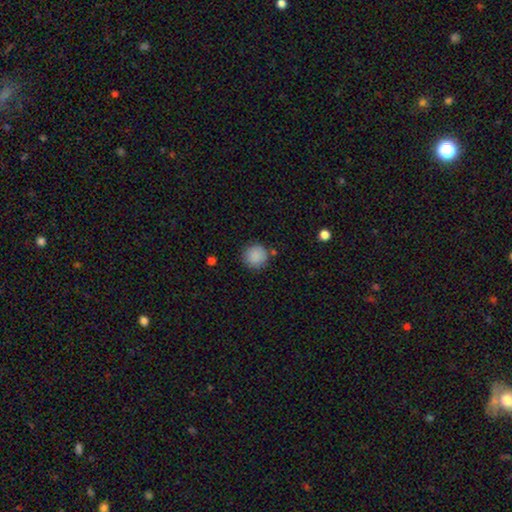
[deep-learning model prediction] A smooth galaxy with no disk features (88%) that is round (94%). Merging: none (85%).